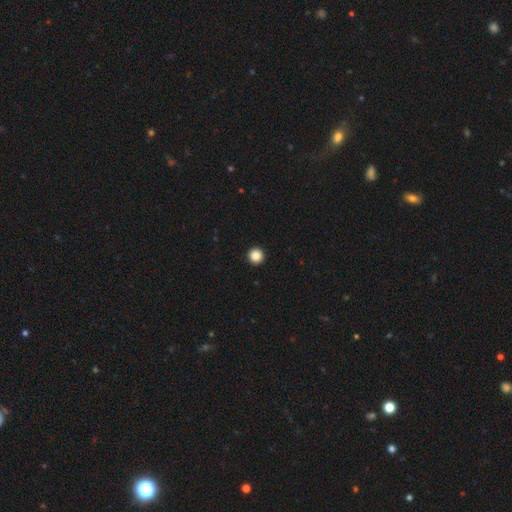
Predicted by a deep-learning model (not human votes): Q: Smooth or featured?
A: smooth (87%); runner-up: star or artifact (11%)
Q: How rounded?
A: round (97%); runner-up: in between (2%)
Q: Merging?
A: none (94%); runner-up: minor disturbance (3%)